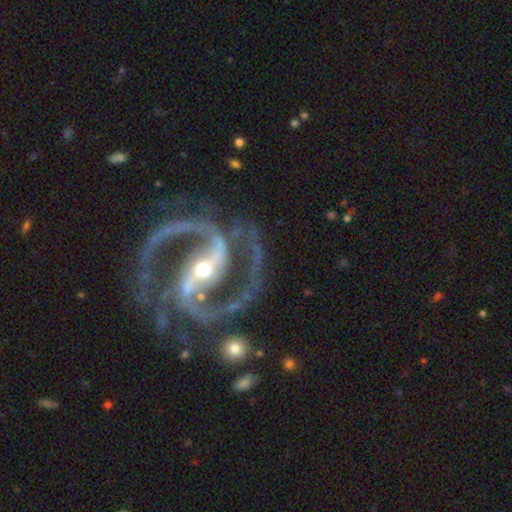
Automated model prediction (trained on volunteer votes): smooth-or-featured: featured or disk: 94% | star or artifact: 4% | smooth: 2%
  disk-edge-on: no: 98% | yes: 2%
    bar: strong: 75% | weak: 17% | no: 8%
    has-spiral-arms: yes: 99% | no: 1%
      spiral-winding: medium: 65% | tight: 25% | loose: 10%
      spiral-arm-count: 2: 92% | 3: 3% | can't tell: 1% | 1: 1% | 4: 1% | more than 4: 1%
    bulge-size: small: 56% | moderate: 39% | large: 2% | none: 1% | dominant: 1%
  merging: none: 74% | minor disturbance: 14% | major disturbance: 8% | merger: 3%